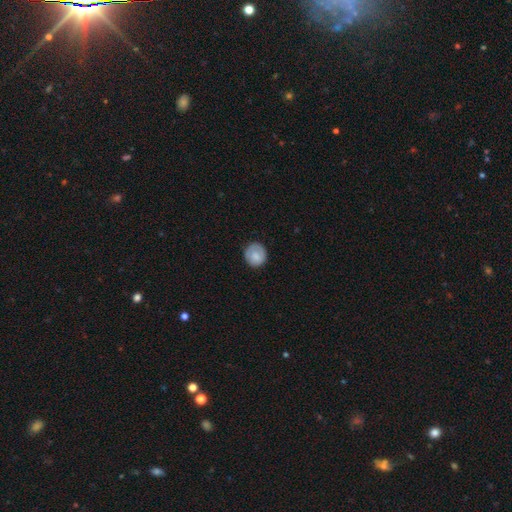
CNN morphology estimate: A smooth galaxy with no disk features (77%) that is round (87%). Merging: none (79%).